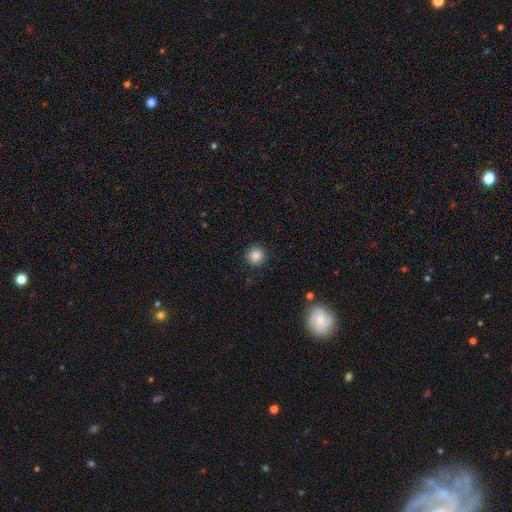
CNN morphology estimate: smooth_or_featured: smooth (p=0.85) [alt: star or artifact p=0.11]
how_rounded: round (p=0.93) [alt: in between p=0.06]
merging: none (p=0.90) [alt: minor disturbance p=0.07]